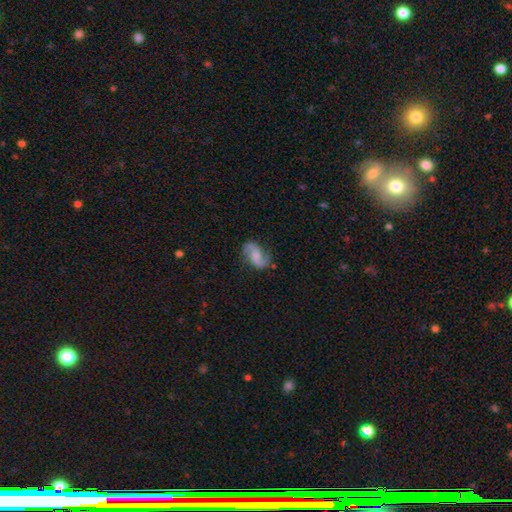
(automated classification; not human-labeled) smooth_or_featured: featured or disk (p=0.63) [alt: smooth p=0.29]
disk_edge_on: no (p=0.97) [alt: yes p=0.03]
bar: no (p=0.43) [alt: weak p=0.42]
has_spiral_arms: yes (p=0.92) [alt: no p=0.08]
spiral_winding: loose (p=0.67) [alt: medium p=0.25]
spiral_arm_count: 2 (p=0.91) [alt: can't tell p=0.04]
bulge_size: small (p=0.34) [alt: moderate p=0.30]
merging: none (p=0.71) [alt: minor disturbance p=0.19]